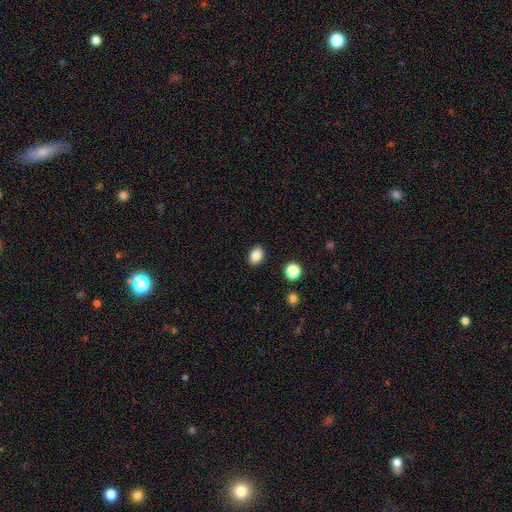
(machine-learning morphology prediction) Smooth or featured? smooth (85%)
How rounded? in between (74%)
Merging? none (88%)